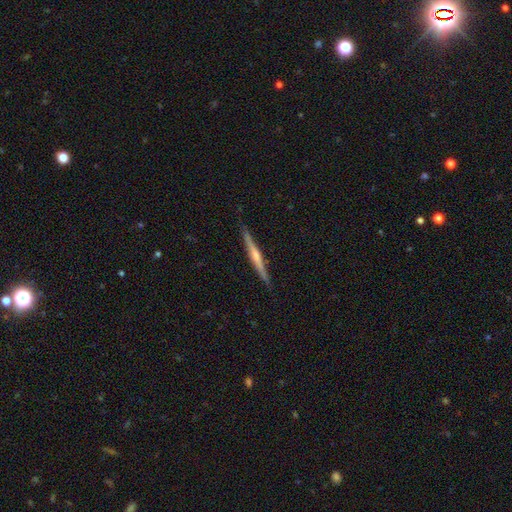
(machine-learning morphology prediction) Smooth or featured: featured or disk — 67% (smooth — 27%)
Edge-on disk: yes — 98% (no — 2%)
Edge-on bulge: rounded — 64% (none — 25%)
Merging: none — 89% (minor disturbance — 8%)